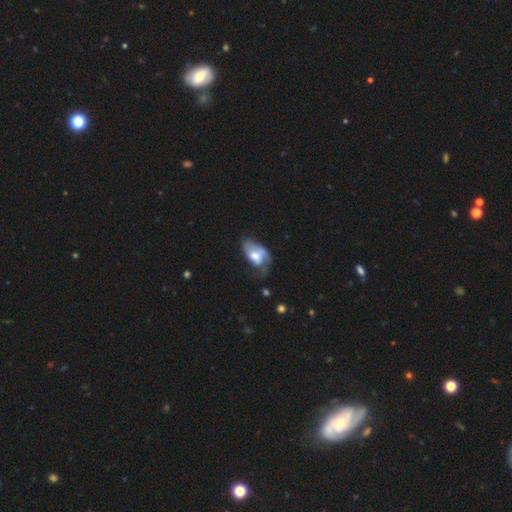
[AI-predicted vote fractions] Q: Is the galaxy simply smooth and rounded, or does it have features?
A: featured or disk — 52%.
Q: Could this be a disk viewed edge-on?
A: no — 95%.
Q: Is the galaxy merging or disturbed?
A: major disturbance — 41%.